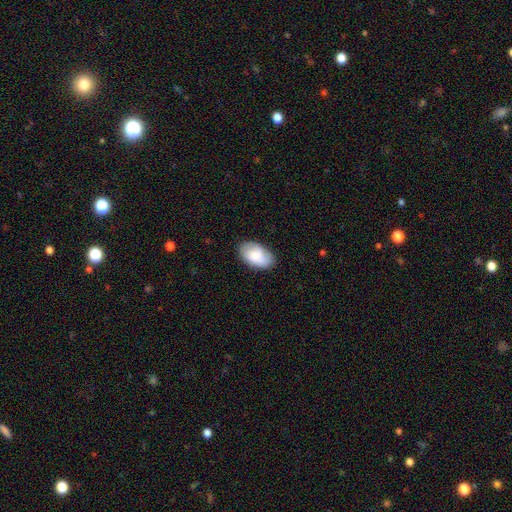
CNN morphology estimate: smooth-or-featured: smooth: 73% | featured or disk: 20% | star or artifact: 7%
  how-rounded: in between: 94% | round: 5% | cigar-shaped: 1%
  merging: none: 79% | minor disturbance: 17% | major disturbance: 3% | merger: 1%